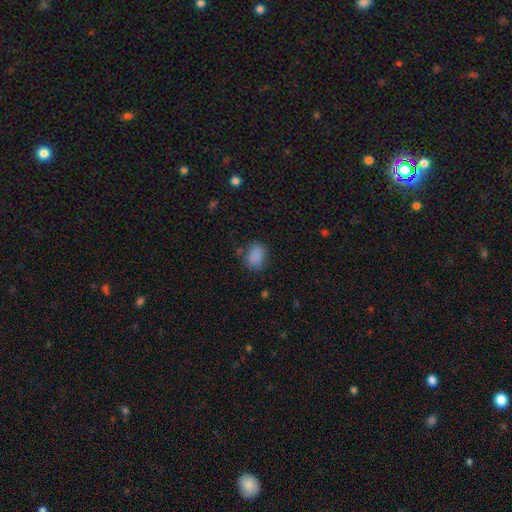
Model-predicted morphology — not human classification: Smooth or featured? smooth (84%)
How rounded? in between (69%)
Merging? none (69%)